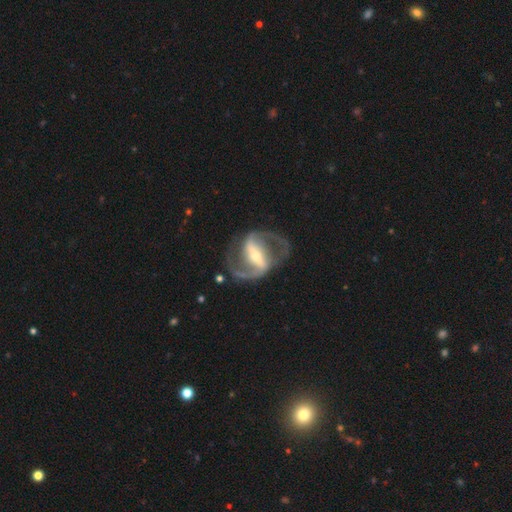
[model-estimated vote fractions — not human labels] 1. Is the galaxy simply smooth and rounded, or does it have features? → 91% featured or disk, 5% smooth, 4% star or artifact.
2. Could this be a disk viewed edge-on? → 96% no, 4% yes.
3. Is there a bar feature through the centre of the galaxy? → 73% strong, 19% weak, 8% no.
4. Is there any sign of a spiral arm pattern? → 94% yes, 6% no.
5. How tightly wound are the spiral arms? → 56% medium, 30% loose, 15% tight.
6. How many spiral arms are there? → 93% 2, 2% can't tell, 2% 1, 1% 3, 1% 4, 1% more than 4.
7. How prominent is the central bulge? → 63% small, 29% moderate, 4% large, 2% none, 1% dominant.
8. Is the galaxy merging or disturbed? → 76% none, 12% minor disturbance, 10% major disturbance, 2% merger.